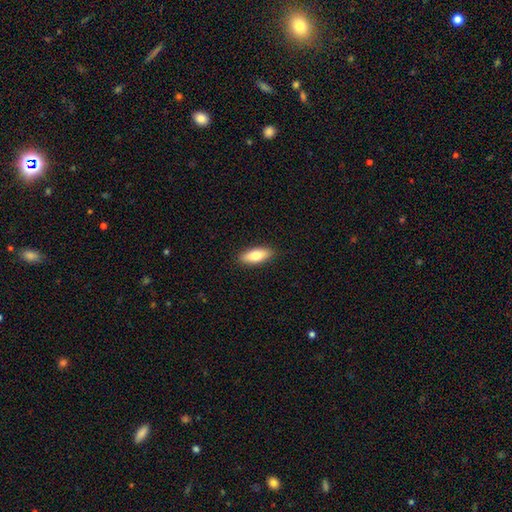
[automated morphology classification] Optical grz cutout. It shows a smooth galaxy with no disk features (76%) that is in between round and cigar-shaped (73%). Merging: none (89%).